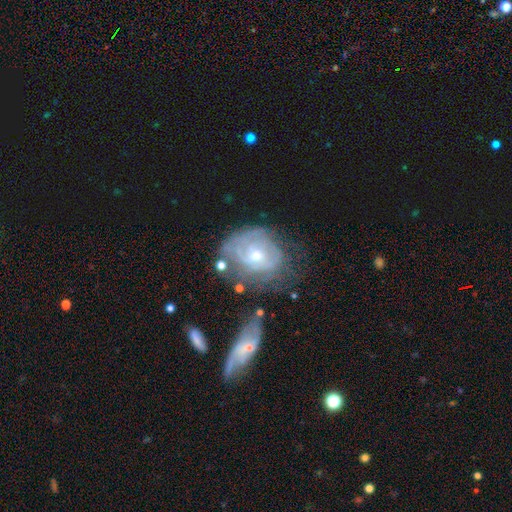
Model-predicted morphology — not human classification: Smooth or featured? featured or disk (69%)
Edge-on disk? no (96%)
Bar? no (69%)
Spiral arms? yes (66%)
Bulge size? moderate (50%)
Merging? none (44%)